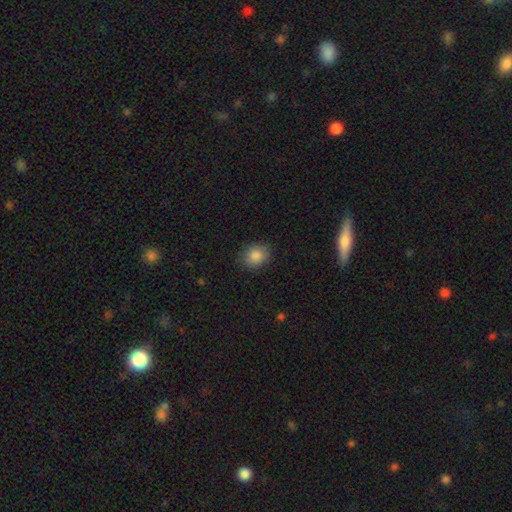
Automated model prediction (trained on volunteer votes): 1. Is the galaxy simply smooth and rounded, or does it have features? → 86% smooth, 9% star or artifact, 4% featured or disk.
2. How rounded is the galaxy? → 61% round, 38% in between, 1% cigar-shaped.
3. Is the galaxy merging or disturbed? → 87% none, 9% minor disturbance, 3% major disturbance, 1% merger.